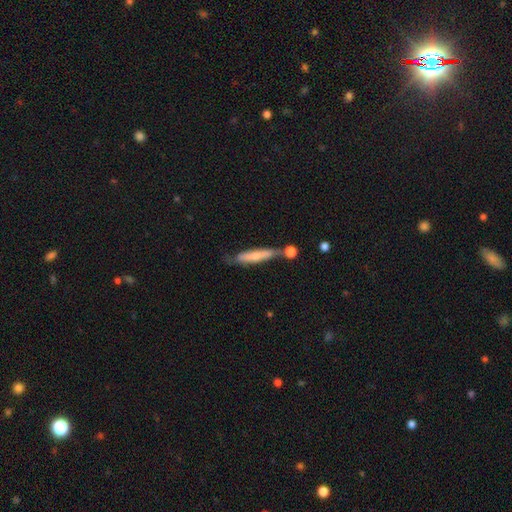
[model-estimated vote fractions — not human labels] smooth_or_featured: smooth (p=0.59) [alt: featured or disk p=0.35]
how_rounded: cigar-shaped (p=0.88) [alt: in between p=0.11]
merging: none (p=0.54) [alt: minor disturbance p=0.21]